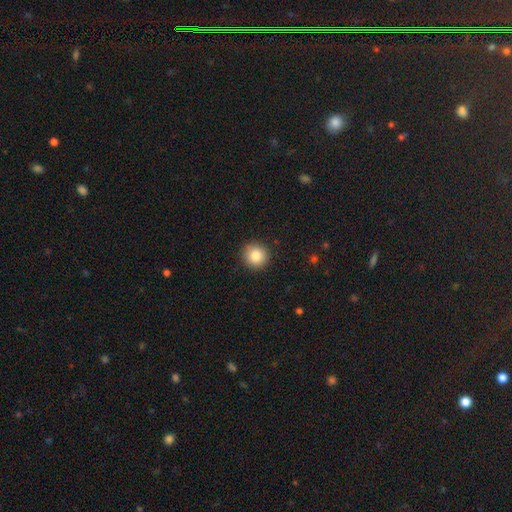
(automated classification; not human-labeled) Morphology: type=smooth (84%); roundness=round (94%); merging=none (91%).